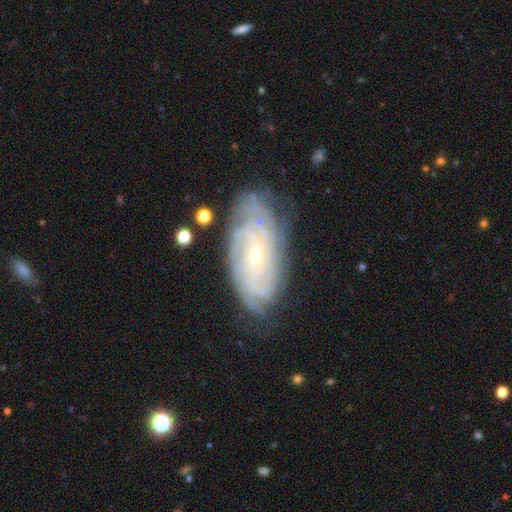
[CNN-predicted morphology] A featured or disk galaxy (84%) with no bar (62%), tight (80%) spiral arms (97%) and a small central bulge (72%).

Vote fractions:
- Smooth or featured? featured or disk: 84% / smooth: 9% / star or artifact: 6%
- Edge-on disk? no: 94% / yes: 6%
- Bar? no: 62% / weak: 29% / strong: 8%
- Spiral arms? yes: 97% / no: 3%
- Spiral winding? tight: 80% / medium: 17% / loose: 3%
- Spiral arm count? can't tell: 34% / 4: 24% / more than 4: 18% / 3: 11% / 2: 8% / 1: 5%
- Bulge size? small: 72% / moderate: 24% / none: 1% / large: 1% / dominant: 1%
- Merging? none: 78% / minor disturbance: 16% / major disturbance: 5% / merger: 2%